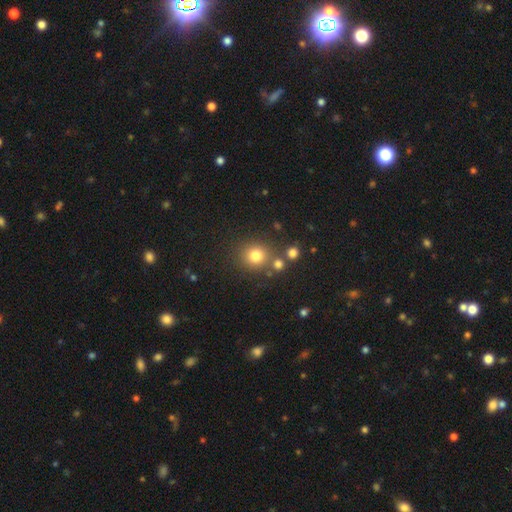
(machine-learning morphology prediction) Smooth or featured? Predicted: smooth (p=0.78). How rounded? Predicted: round (p=0.90). Merging? Predicted: none (p=0.76).